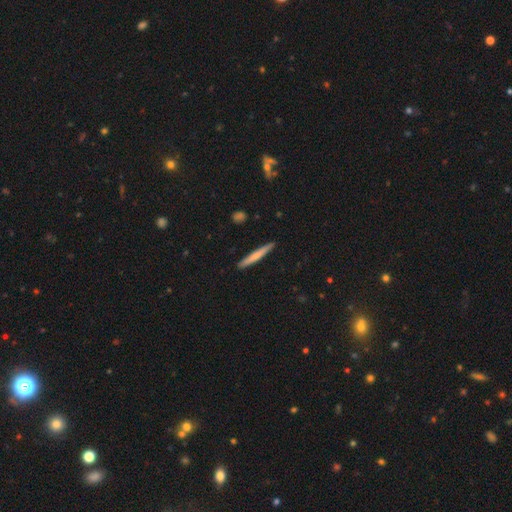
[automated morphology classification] The model was most divided on "smooth or featured": smooth: 64%, featured or disk: 31%, star or artifact: 5%. More confident: how rounded — cigar-shaped (96%); merging — none (90%).